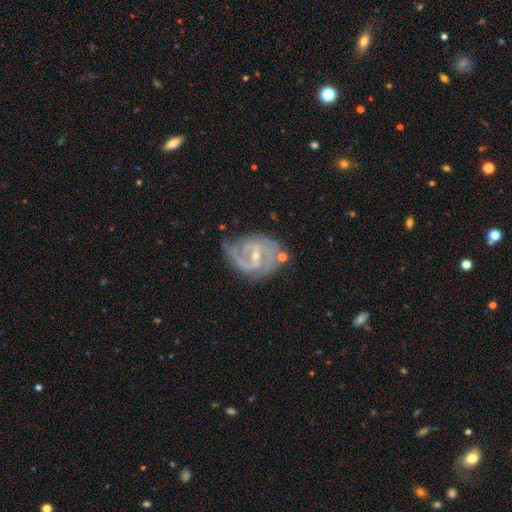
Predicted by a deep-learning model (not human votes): Smooth or featured? featured or disk (89%)
Edge-on disk? no (97%)
Bar? weak (49%)
Spiral arms? yes (97%)
Spiral winding? tight (55%)
Spiral arm count? 2 (56%)
Bulge size? small (62%)
Merging? none (63%)